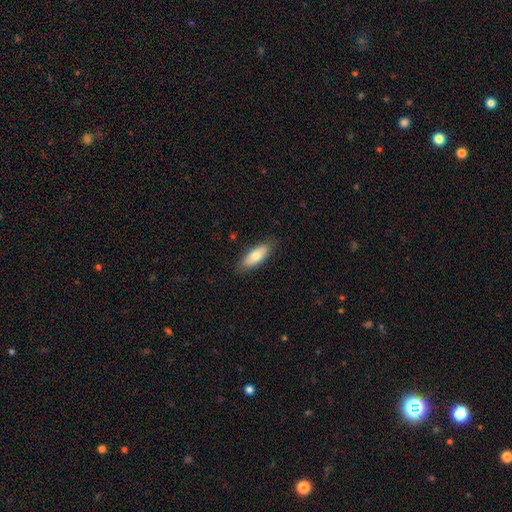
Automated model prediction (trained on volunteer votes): Morphology: type=smooth (74%); roundness=in between (72%); merging=none (85%).